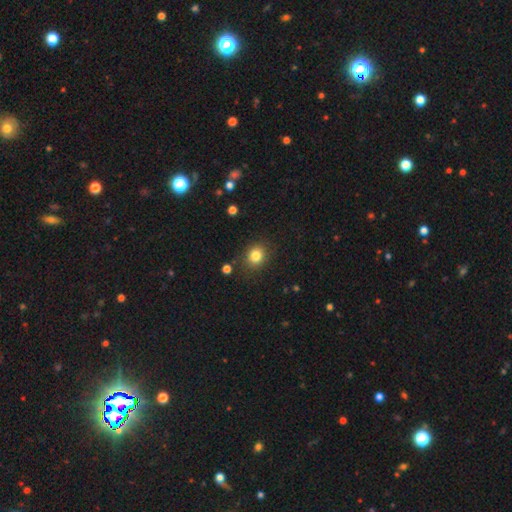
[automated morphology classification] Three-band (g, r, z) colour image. It shows a smooth galaxy with no disk features (82%) that is round (69%). Merging: none (83%).